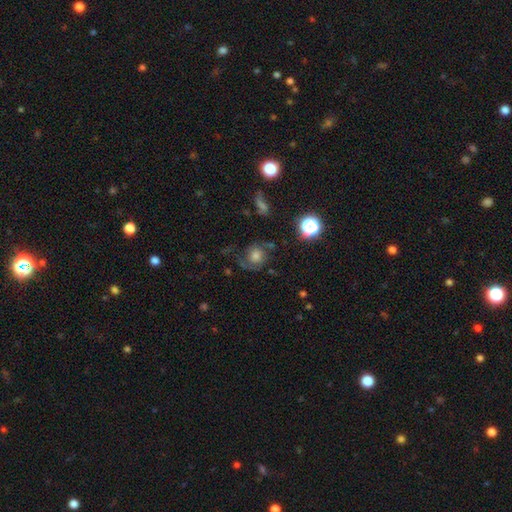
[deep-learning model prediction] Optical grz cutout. It shows a smooth galaxy with no disk features (49%). Merging: none (52%).